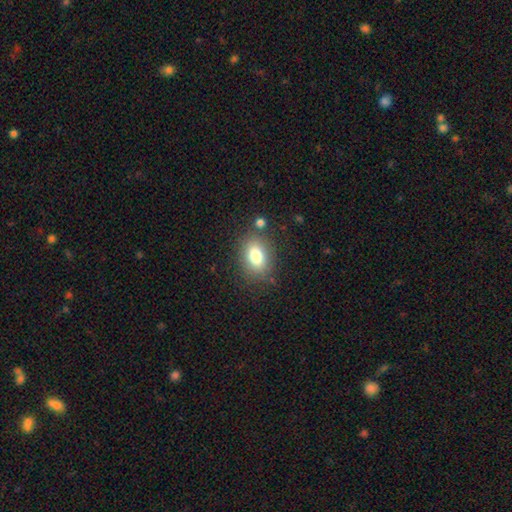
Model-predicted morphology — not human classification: Overall: smooth (79%). How rounded: in between (73%). Merging: none (79%).